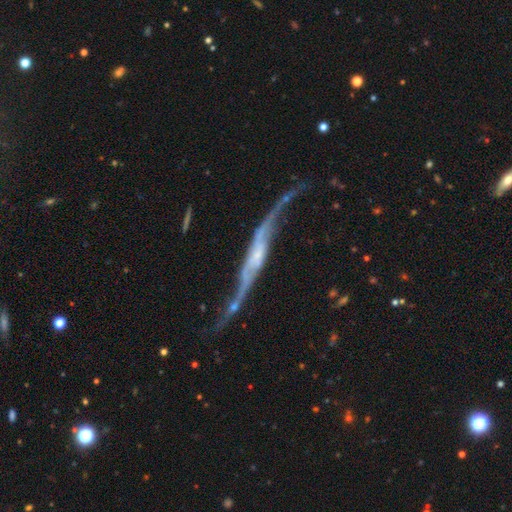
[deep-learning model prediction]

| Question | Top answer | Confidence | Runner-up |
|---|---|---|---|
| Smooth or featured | featured or disk | 86% | smooth (8%) |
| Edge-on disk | yes | 54% | no (46%) |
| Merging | none | 50% | minor disturbance (23%) |